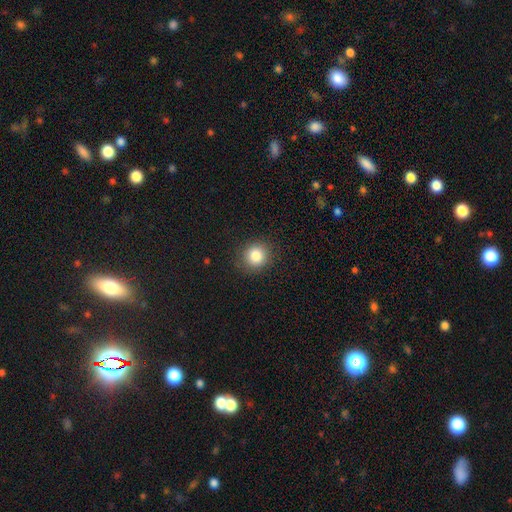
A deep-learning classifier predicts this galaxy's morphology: Smooth or featured: smooth — 84% (star or artifact — 11%)
How rounded: round — 86% (in between — 13%)
Merging: none — 89% (minor disturbance — 8%)